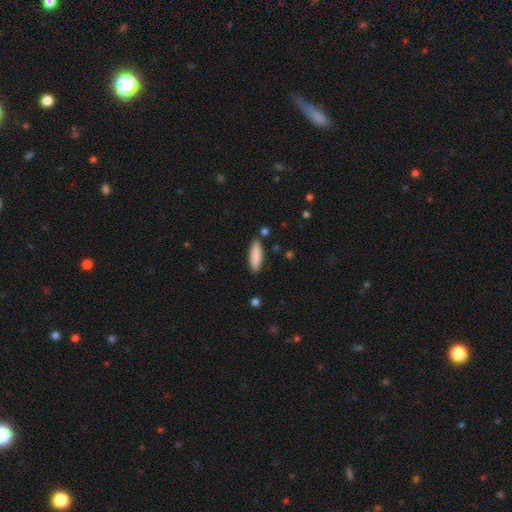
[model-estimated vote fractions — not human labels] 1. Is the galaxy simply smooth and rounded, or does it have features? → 87% smooth, 7% featured or disk, 6% star or artifact.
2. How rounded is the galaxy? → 59% cigar-shaped, 40% in between, 1% round.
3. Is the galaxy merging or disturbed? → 87% none, 9% minor disturbance, 3% merger, 2% major disturbance.